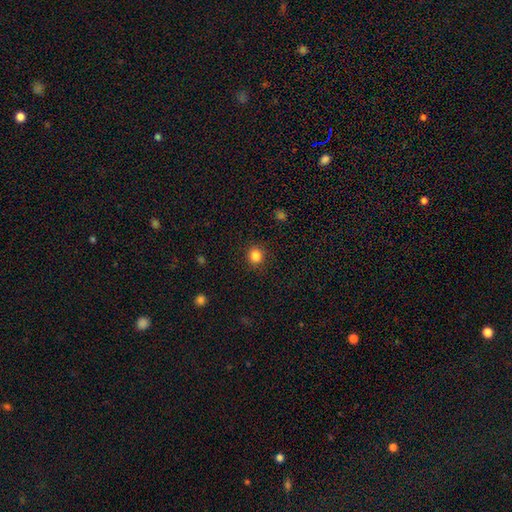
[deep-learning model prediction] This is clearly a smooth galaxy (84%). How rounded: clearly round (90%). Merging: clearly none (90%).